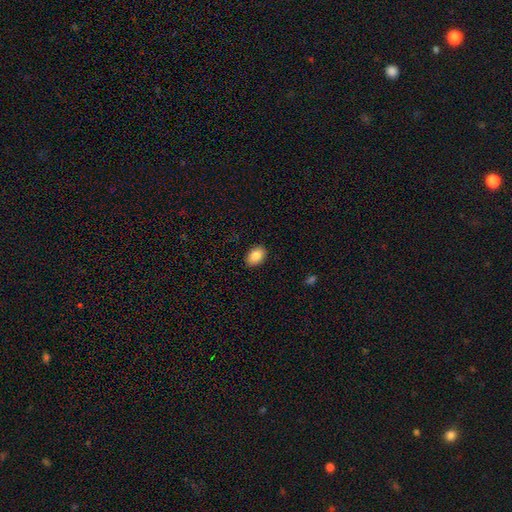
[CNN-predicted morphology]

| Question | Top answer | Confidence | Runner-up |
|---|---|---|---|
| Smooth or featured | smooth | 85% | star or artifact (8%) |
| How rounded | in between | 84% | round (14%) |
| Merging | none | 88% | minor disturbance (9%) |